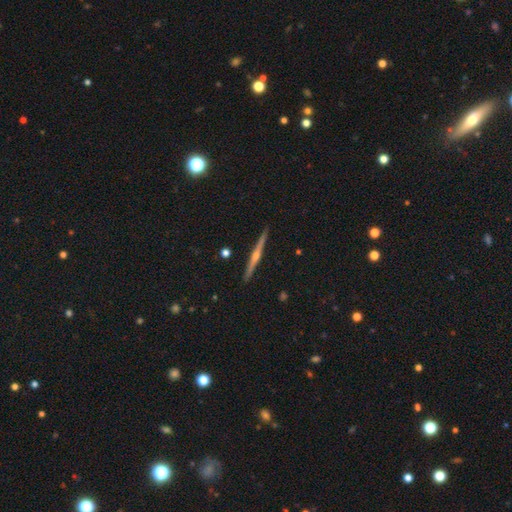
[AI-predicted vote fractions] A featured or disk galaxy (82%) viewed edge-on (99%) with a rounded central bulge (86%). Merging: none (93%).